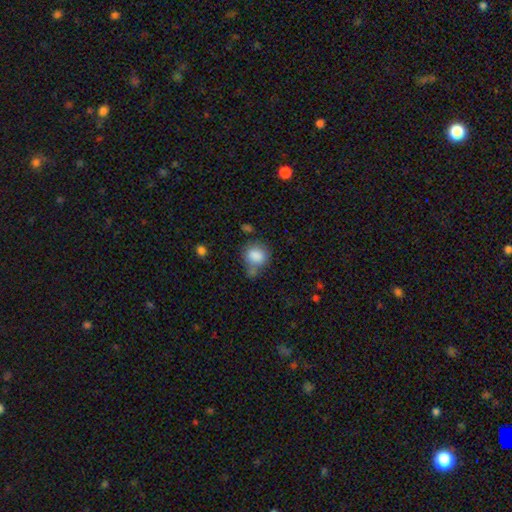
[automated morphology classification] smooth_or_featured: smooth (p=0.84) [alt: star or artifact p=0.09]
how_rounded: round (p=0.61) [alt: in between p=0.38]
merging: none (p=0.51) [alt: minor disturbance p=0.23]